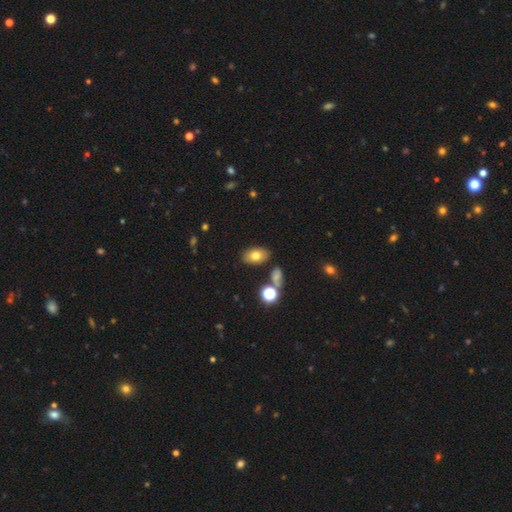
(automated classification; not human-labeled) smooth_or_featured: smooth (p=0.73) [alt: featured or disk p=0.15]
how_rounded: in between (p=0.86) [alt: round p=0.12]
merging: none (p=0.81) [alt: minor disturbance p=0.11]